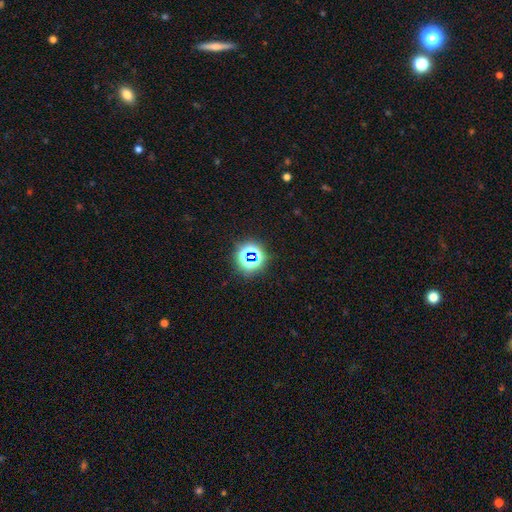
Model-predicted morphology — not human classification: This is likely a star or artifact rather than a galaxy (69%).